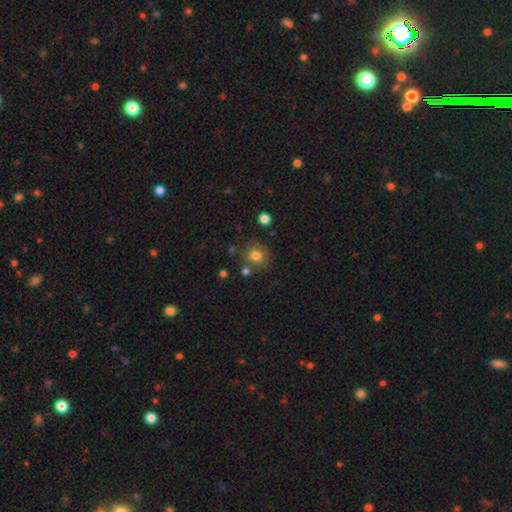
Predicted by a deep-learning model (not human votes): This is likely a smooth galaxy (79%). How rounded: likely round (80%). Merging: likely none (76%).